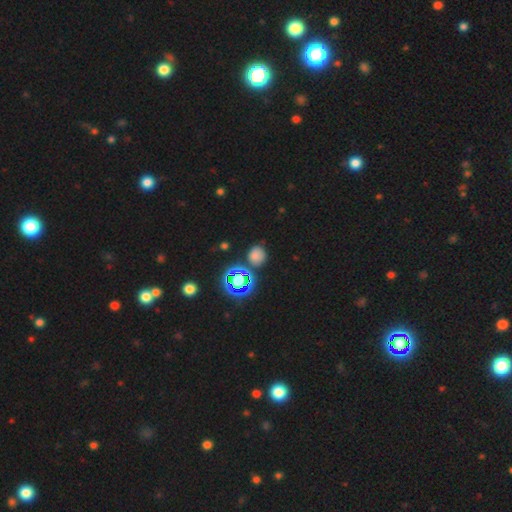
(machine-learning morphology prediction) Overall: smooth (63%; star or artifact 29%). How rounded: round (82%). Merging: none (76%).